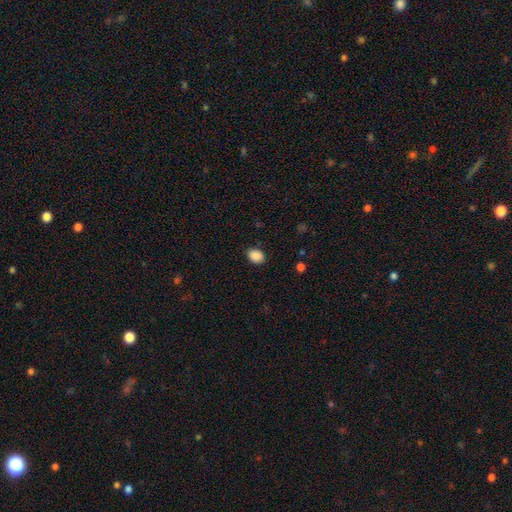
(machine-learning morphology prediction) The model was most divided on "how rounded": in between: 68%, round: 31%, cigar-shaped: 1%. More confident: smooth or featured — smooth (89%); merging — none (86%).